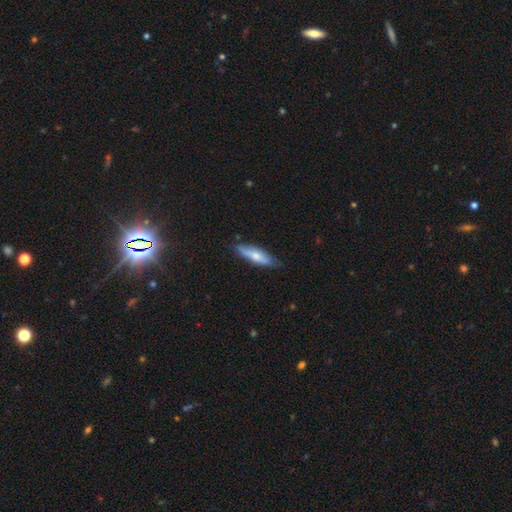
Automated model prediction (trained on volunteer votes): Smooth or featured? Predicted: smooth (p=0.65). How rounded? Predicted: cigar-shaped (p=0.61). Merging? Predicted: none (p=0.76).